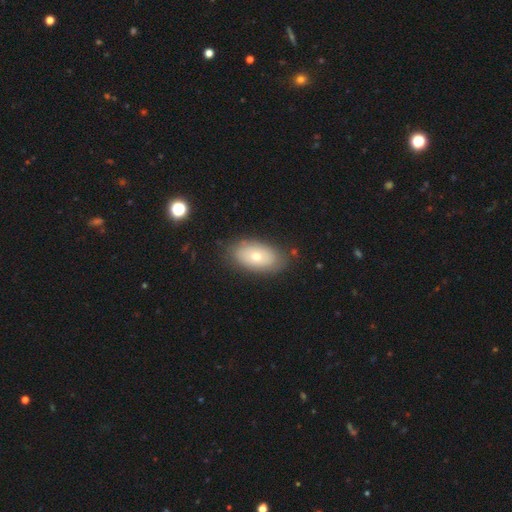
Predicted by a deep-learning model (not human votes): Smooth or featured? smooth (64%)
How rounded? in between (93%)
Merging? none (82%)